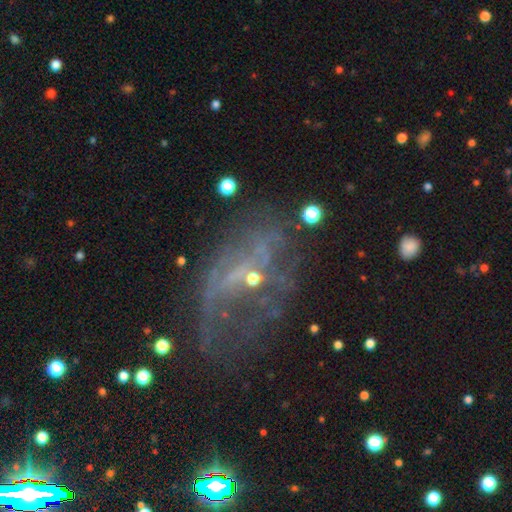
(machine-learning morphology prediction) A featured or disk galaxy (62%) with no bar (64%), no spiral arms (52%) and a small central bulge (66%). Merging: none (40%).